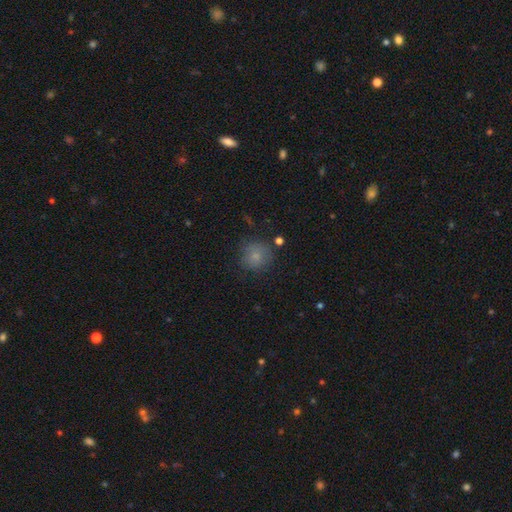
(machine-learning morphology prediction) Q: Smooth or featured?
A: smooth (78%); runner-up: star or artifact (12%)
Q: How rounded?
A: round (89%); runner-up: in between (10%)
Q: Merging?
A: none (74%); runner-up: minor disturbance (17%)